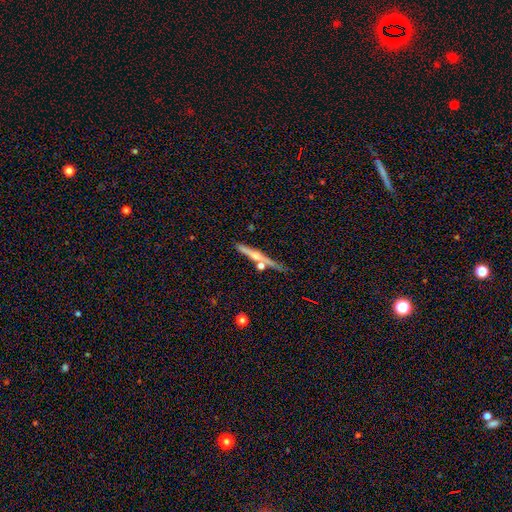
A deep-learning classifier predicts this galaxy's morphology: The model was most divided on "smooth or featured": featured or disk: 61%, smooth: 31%, star or artifact: 8%. More confident: edge-on disk — yes (96%); merging — none (73%); edge-on bulge — rounded (73%).